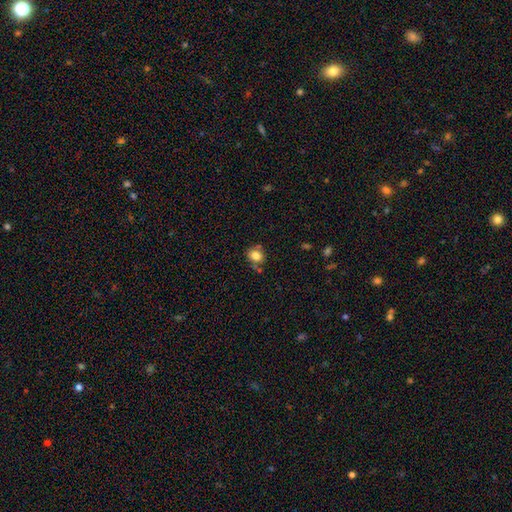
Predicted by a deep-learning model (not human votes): smooth_or_featured: smooth (p=0.81) [alt: star or artifact p=0.10]
how_rounded: round (p=0.62) [alt: in between p=0.37]
merging: none (p=0.66) [alt: minor disturbance p=0.17]